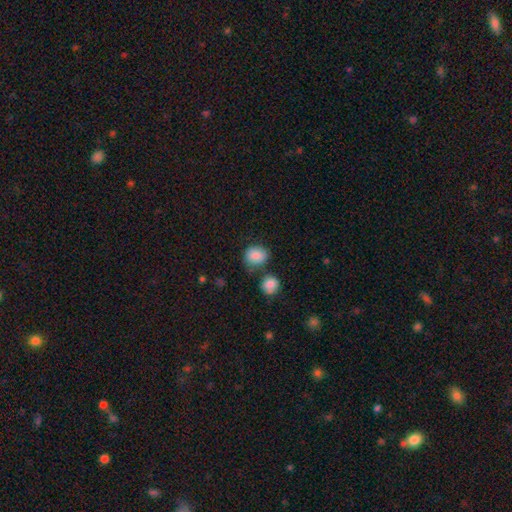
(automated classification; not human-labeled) This appears to be a smooth galaxy with no disk features (86%) that is round (66%). Merging: none (65%).